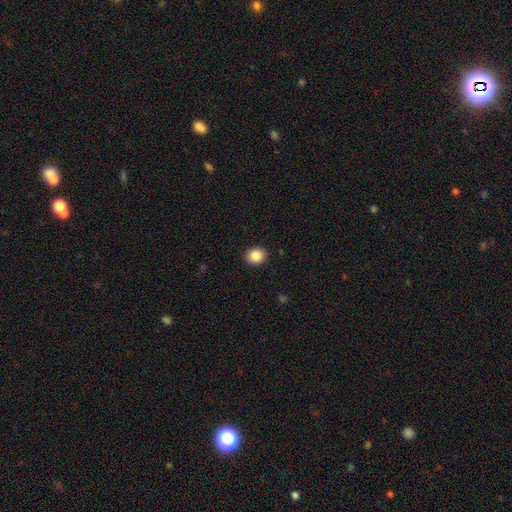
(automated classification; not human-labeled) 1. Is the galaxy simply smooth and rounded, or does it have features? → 87% smooth, 9% star or artifact, 4% featured or disk.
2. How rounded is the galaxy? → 69% round, 30% in between, 1% cigar-shaped.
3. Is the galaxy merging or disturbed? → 91% none, 6% minor disturbance, 2% major disturbance, 1% merger.